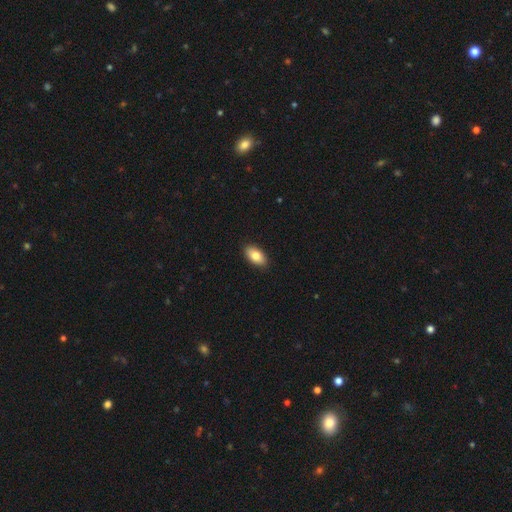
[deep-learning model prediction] The model was most divided on "smooth or featured": smooth: 81%, featured or disk: 12%, star or artifact: 7%. More confident: how rounded — in between (93%); merging — none (90%).